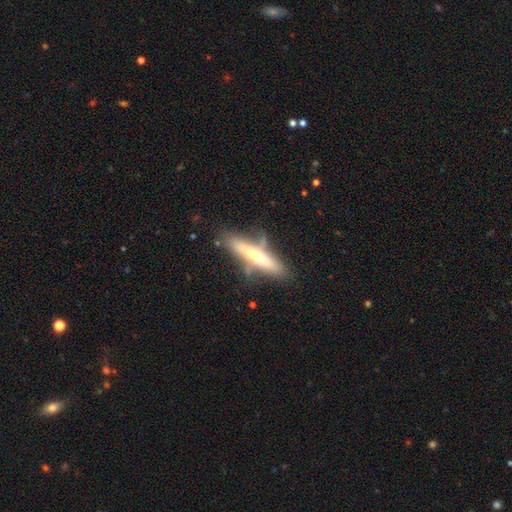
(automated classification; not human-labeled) Smooth or featured: featured or disk — 55% (smooth — 38%)
Edge-on disk: yes — 86% (no — 14%)
Merging: none — 69% (minor disturbance — 18%)